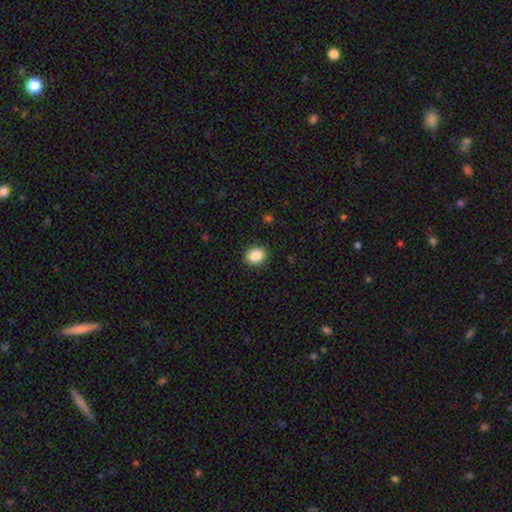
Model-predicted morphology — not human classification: A smooth galaxy with no disk features (86%) that is in between round and cigar-shaped (55%).

Vote fractions:
- Smooth or featured? smooth: 86% / star or artifact: 9% / featured or disk: 5%
- How rounded? in between: 55% / round: 44% / cigar-shaped: 1%
- Merging? none: 89% / minor disturbance: 8% / major disturbance: 2% / merger: 1%